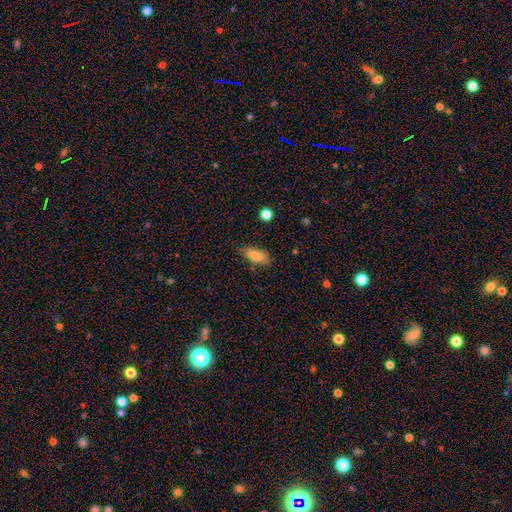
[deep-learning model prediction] A smooth galaxy with no disk features (79%) that is in between round and cigar-shaped (76%).

Vote fractions:
- Smooth or featured? smooth: 79% / featured or disk: 13% / star or artifact: 8%
- How rounded? in between: 76% / cigar-shaped: 22% / round: 3%
- Merging? none: 78% / minor disturbance: 17% / major disturbance: 3% / merger: 2%